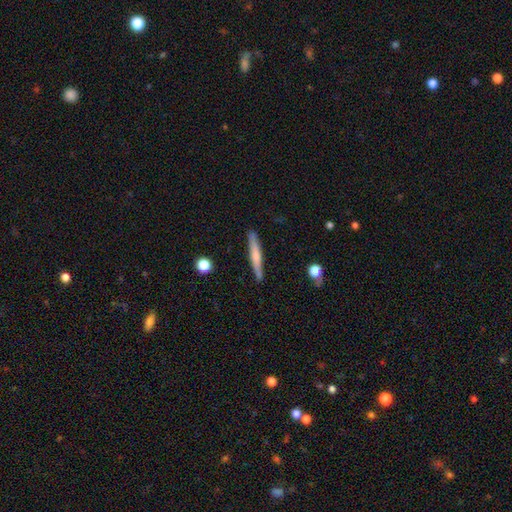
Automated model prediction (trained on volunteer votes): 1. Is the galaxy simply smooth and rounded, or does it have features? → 52% smooth, 43% featured or disk, 6% star or artifact.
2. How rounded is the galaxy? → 94% cigar-shaped, 4% in between, 2% round.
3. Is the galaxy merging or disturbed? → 88% none, 8% minor disturbance, 2% major disturbance, 2% merger.